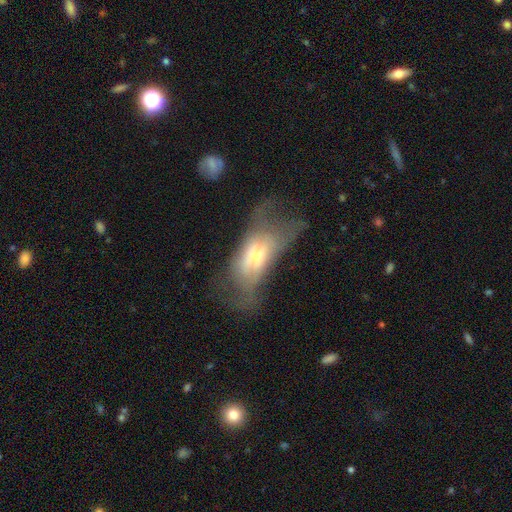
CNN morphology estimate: Smooth or featured: featured or disk — 49% (smooth — 41%)
Merging: major disturbance — 48% (none — 26%)